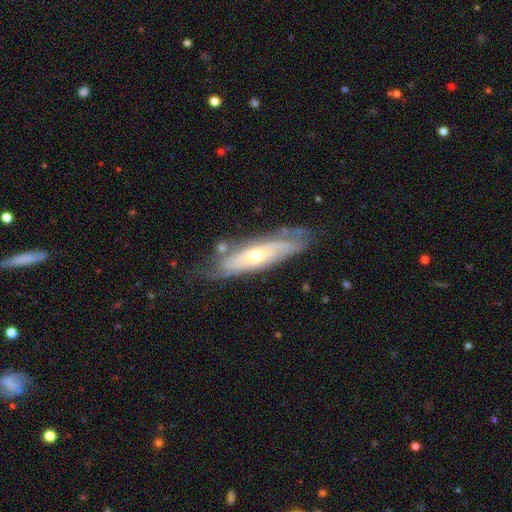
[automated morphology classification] A featured or disk galaxy (73%) with no bar (77%), spiral arms (74%) and a moderate central bulge (52%). Merging: none (65%).